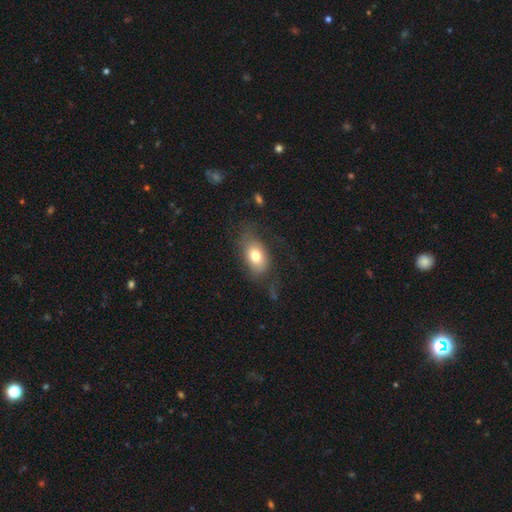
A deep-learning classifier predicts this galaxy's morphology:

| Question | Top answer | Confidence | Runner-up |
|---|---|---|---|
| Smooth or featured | smooth | 74% | featured or disk (17%) |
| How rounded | in between | 86% | round (13%) |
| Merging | none | 61% | minor disturbance (22%) |